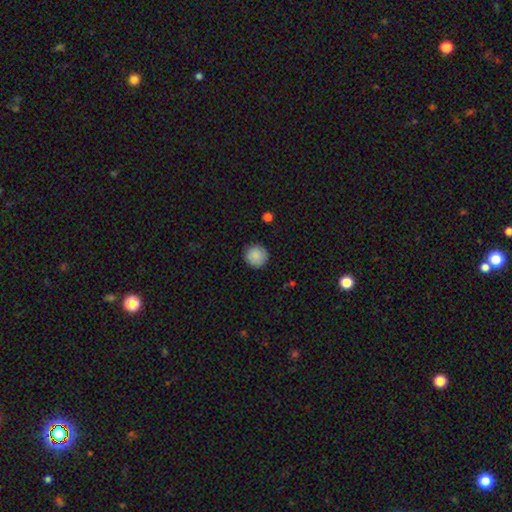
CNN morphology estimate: Smooth or featured: smooth — 88% (star or artifact — 7%)
How rounded: round — 95% (in between — 4%)
Merging: none — 90% (minor disturbance — 7%)